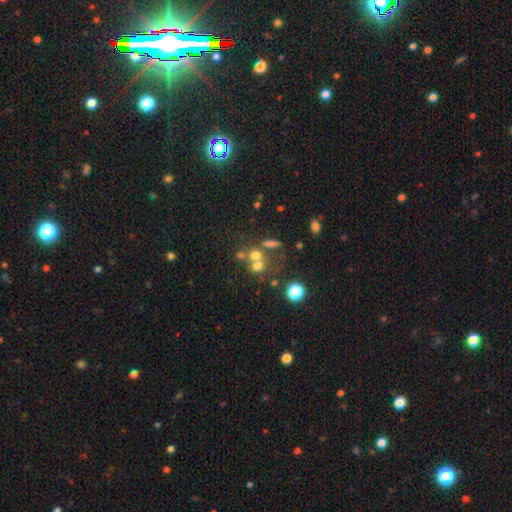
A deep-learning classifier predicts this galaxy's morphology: The model was most divided on "merging": merger: 46%, none: 40%, minor disturbance: 8%, major disturbance: 6%. More confident: how rounded — round (80%); smooth or featured — smooth (60%).